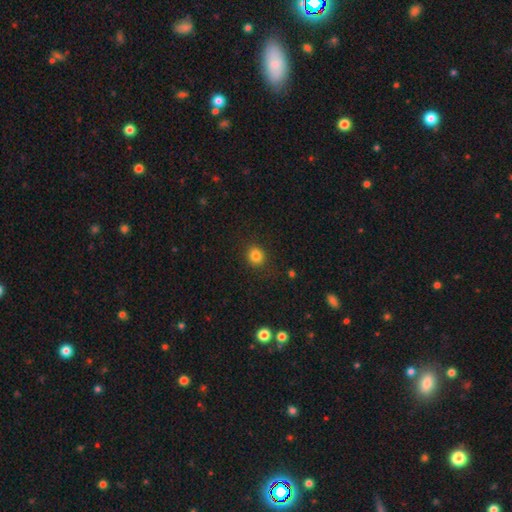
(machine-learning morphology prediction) smooth-or-featured: smooth: 83% | star or artifact: 12% | featured or disk: 5%
  how-rounded: round: 80% | in between: 19% | cigar-shaped: 1%
  merging: none: 87% | minor disturbance: 9% | major disturbance: 3% | merger: 1%